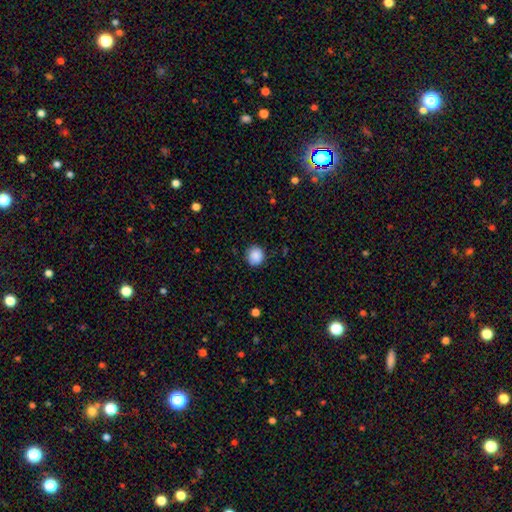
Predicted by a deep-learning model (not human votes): smooth_or_featured: smooth (p=0.88) [alt: star or artifact p=0.08]
how_rounded: round (p=0.88) [alt: in between p=0.11]
merging: none (p=0.88) [alt: minor disturbance p=0.08]